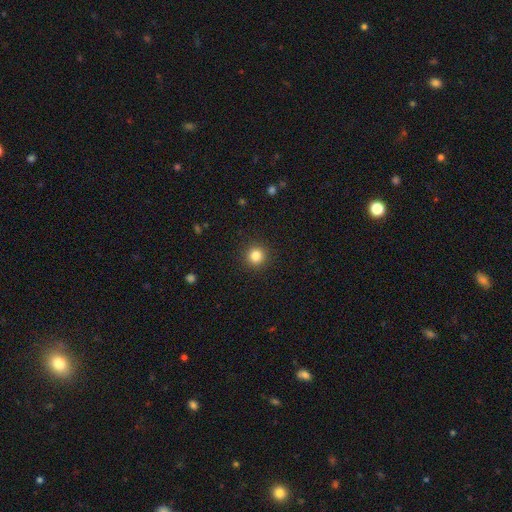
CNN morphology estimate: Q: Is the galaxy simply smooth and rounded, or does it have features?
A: smooth — 84%.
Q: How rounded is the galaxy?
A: round — 95%.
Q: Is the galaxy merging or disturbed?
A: none — 92%.